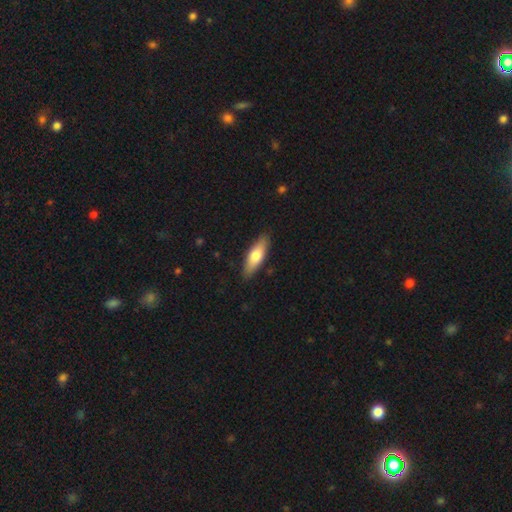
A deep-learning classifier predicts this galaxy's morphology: A smooth galaxy with no disk features (70%) that is in between round and cigar-shaped (55%). Merging: none (87%).